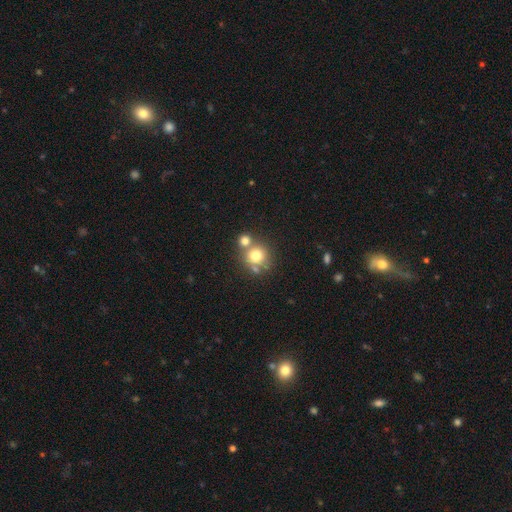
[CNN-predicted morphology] type=smooth (73%); roundness=round (89%); merging=none (52%).